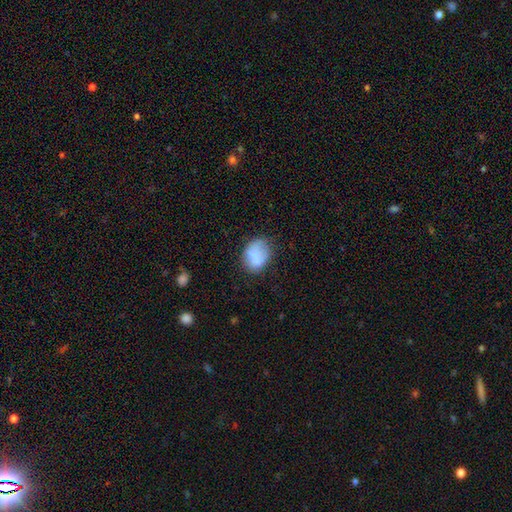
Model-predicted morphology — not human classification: This is likely a smooth galaxy (77%). How rounded: likely in between (62%). Merging: possibly none (55%).